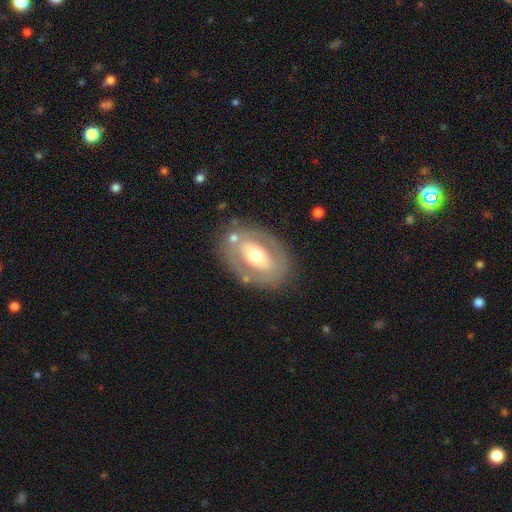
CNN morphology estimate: This is possibly a featured or disk galaxy (57%). It is clearly not viewed edge-on (91%). Bar: possibly no (56%). Spiral arm pattern: clearly no (84%). Central bulge: likely moderate (65%). Merging: likely none (76%).